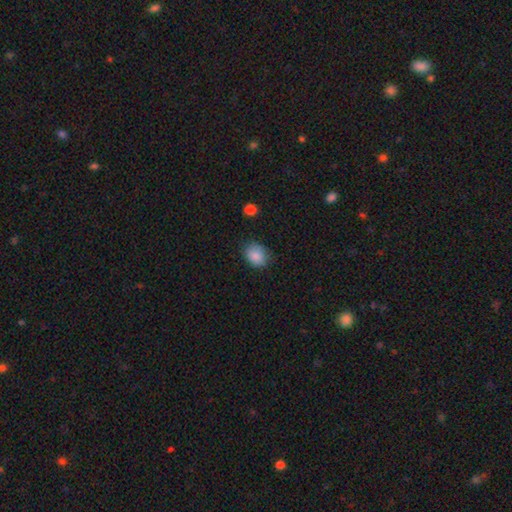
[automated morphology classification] Smooth or featured? smooth (87%)
How rounded? in between (59%)
Merging? none (76%)